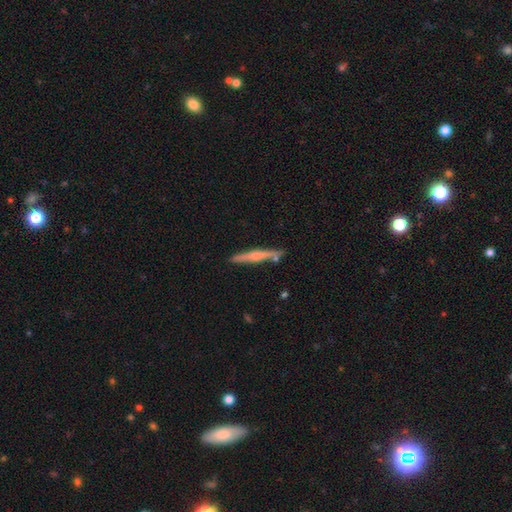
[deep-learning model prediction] Smooth or featured?
  - featured or disk: 55% *
  - smooth: 39%
  - star or artifact: 6%
Edge-on disk?
  - yes: 97% *
  - no: 3%
Edge-on bulge?
  - rounded: 64% *
  - none: 23%
  - boxy: 13%
Merging?
  - none: 82% *
  - minor disturbance: 11%
  - merger: 4%
  - major disturbance: 2%